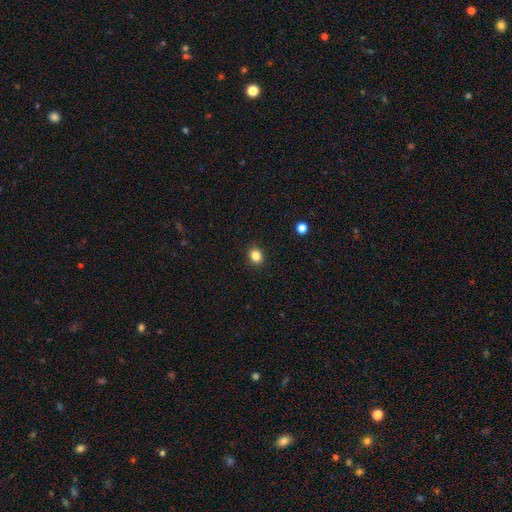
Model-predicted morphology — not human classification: type=smooth (84%); roundness=round (64%); merging=none (91%).